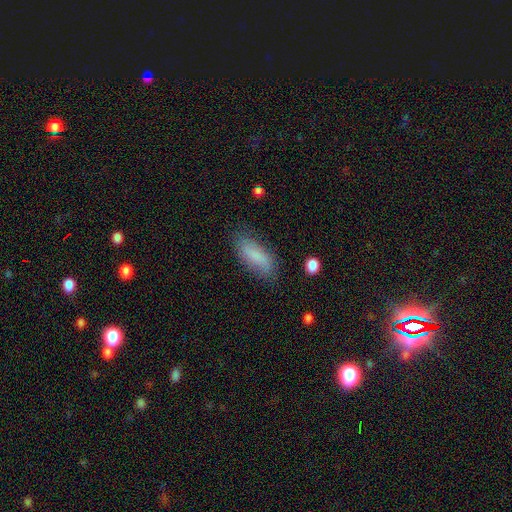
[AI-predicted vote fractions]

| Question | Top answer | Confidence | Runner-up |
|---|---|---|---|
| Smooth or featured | smooth | 80% | featured or disk (12%) |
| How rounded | in between | 70% | cigar-shaped (27%) |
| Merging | none | 76% | minor disturbance (17%) |